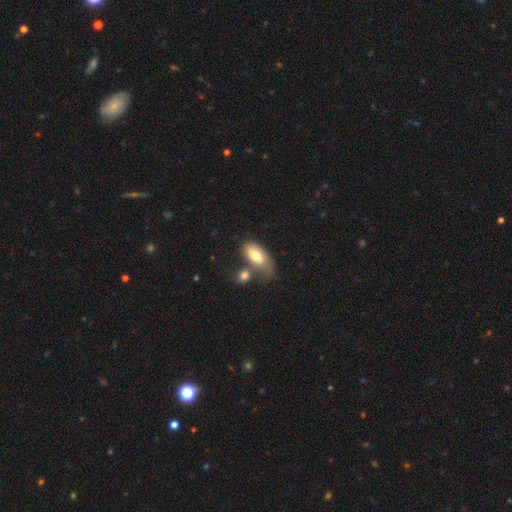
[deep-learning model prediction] This appears to be a smooth galaxy with no disk features (73%) that is in between round and cigar-shaped (89%). Merging: none (36%).